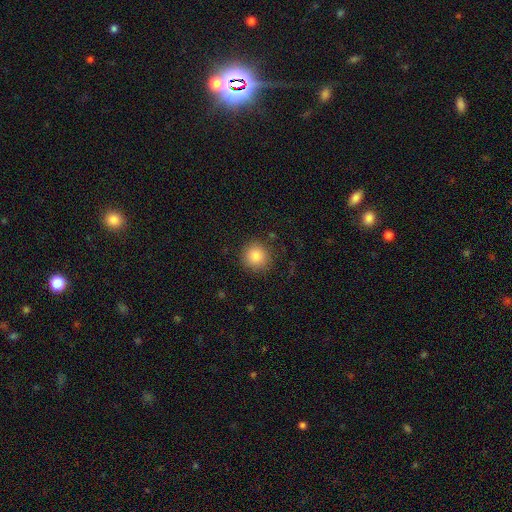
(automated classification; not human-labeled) The model was most divided on "smooth or featured": smooth: 84%, star or artifact: 10%, featured or disk: 6%. More confident: how rounded — round (93%); merging — none (88%).